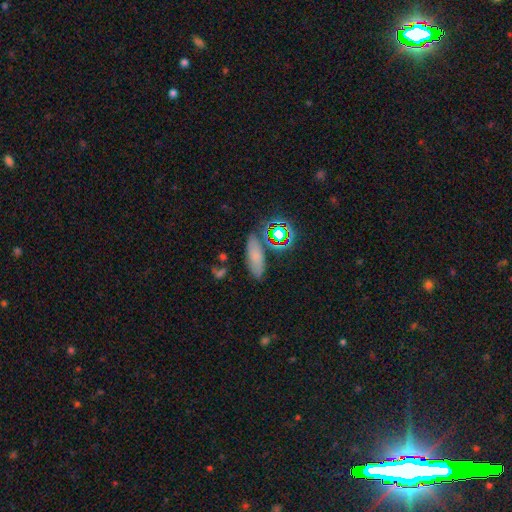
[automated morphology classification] The model was most divided on "smooth or featured": smooth: 59%, star or artifact: 25%, featured or disk: 16%. More confident: merging — none (73%); how rounded — in between (65%).